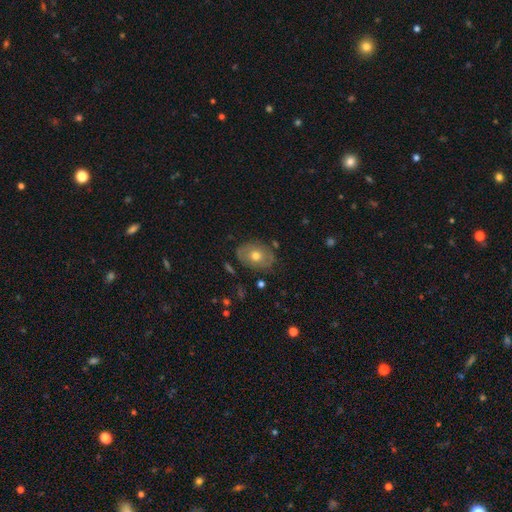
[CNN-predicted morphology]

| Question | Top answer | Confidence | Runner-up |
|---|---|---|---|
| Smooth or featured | smooth | 57% | featured or disk (34%) |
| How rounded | in between | 69% | round (30%) |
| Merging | none | 78% | minor disturbance (16%) |